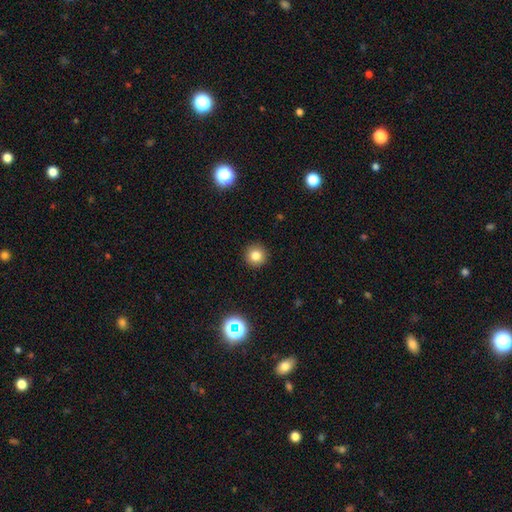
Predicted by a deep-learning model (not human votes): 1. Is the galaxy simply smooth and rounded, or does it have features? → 80% smooth, 13% star or artifact, 7% featured or disk.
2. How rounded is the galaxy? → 95% round, 4% in between, 1% cigar-shaped.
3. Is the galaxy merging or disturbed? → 92% none, 5% minor disturbance, 2% major disturbance, 1% merger.